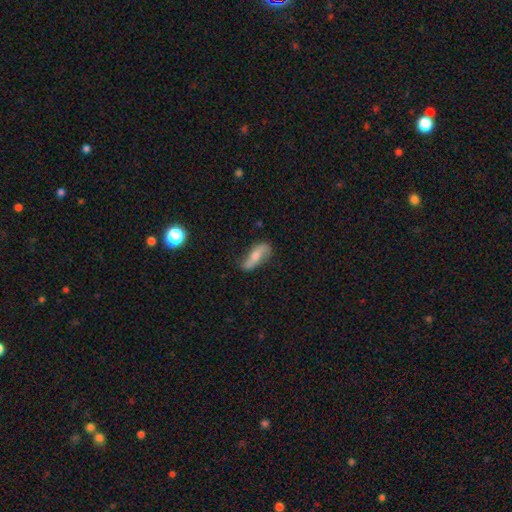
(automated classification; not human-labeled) The model was most divided on "smooth or featured": featured or disk: 48%, smooth: 44%, star or artifact: 7%. More confident: merging — none (66%).